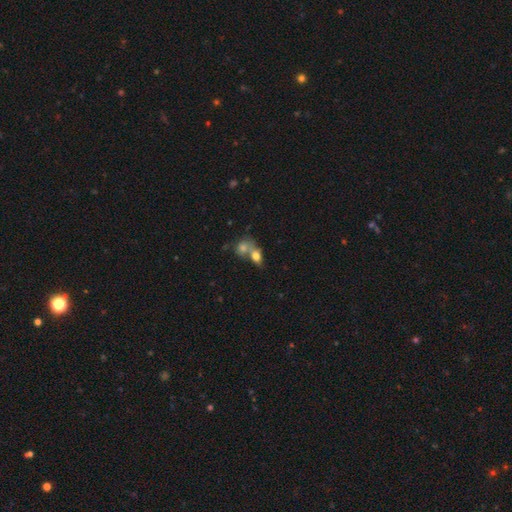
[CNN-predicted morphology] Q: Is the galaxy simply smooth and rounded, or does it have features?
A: smooth — 75%.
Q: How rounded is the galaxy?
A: in between — 69%.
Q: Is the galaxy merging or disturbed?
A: merger — 64%.